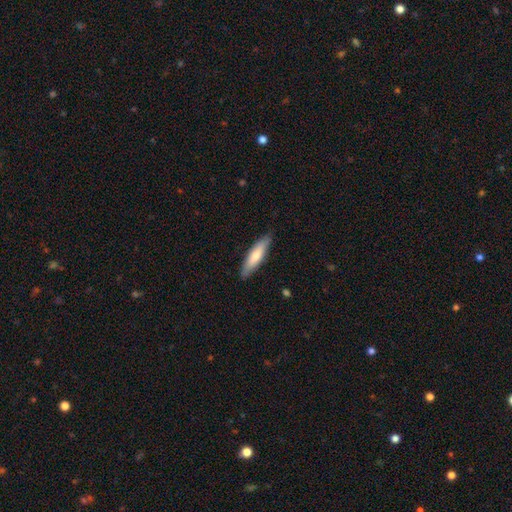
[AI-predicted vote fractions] Smooth or featured?
  - smooth: 72% *
  - featured or disk: 23%
  - star or artifact: 5%
How rounded?
  - cigar-shaped: 71% *
  - in between: 27%
  - round: 1%
Merging?
  - none: 86% *
  - minor disturbance: 11%
  - major disturbance: 2%
  - merger: 1%